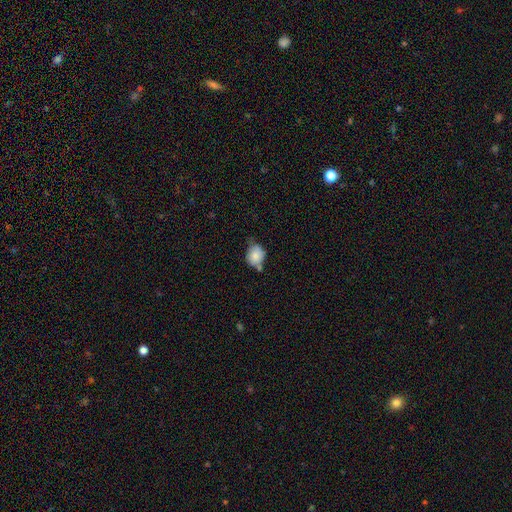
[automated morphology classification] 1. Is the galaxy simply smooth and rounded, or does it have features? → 80% smooth, 11% featured or disk, 9% star or artifact.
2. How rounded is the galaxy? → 56% round, 43% in between, 1% cigar-shaped.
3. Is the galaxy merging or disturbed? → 46% none, 32% minor disturbance, 14% merger, 8% major disturbance.